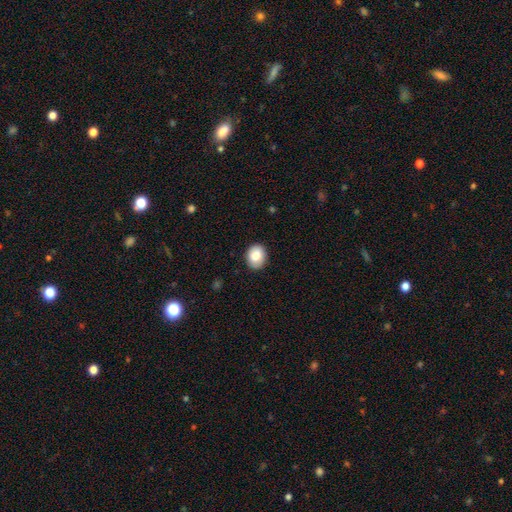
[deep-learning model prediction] smooth-or-featured: smooth: 82% | featured or disk: 10% | star or artifact: 8%
  how-rounded: in between: 50% | round: 49% | cigar-shaped: 1%
  merging: none: 89% | minor disturbance: 9% | major disturbance: 2% | merger: 1%